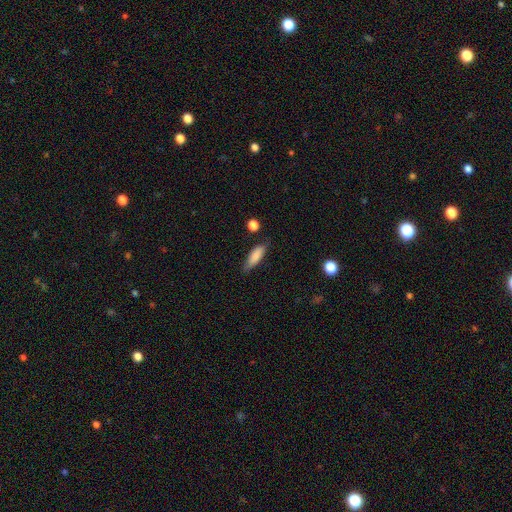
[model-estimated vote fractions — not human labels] A smooth galaxy with no disk features (83%) that is in between round and cigar-shaped (54%).

Vote fractions:
- Smooth or featured? smooth: 83% / featured or disk: 10% / star or artifact: 7%
- How rounded? in between: 54% / cigar-shaped: 44% / round: 2%
- Merging? none: 73% / minor disturbance: 20% / major disturbance: 4% / merger: 3%